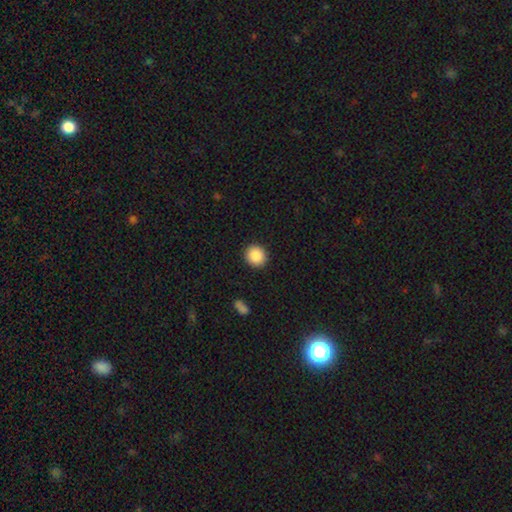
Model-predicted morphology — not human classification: Smooth or featured?
  - smooth: 88% *
  - star or artifact: 8%
  - featured or disk: 4%
How rounded?
  - round: 89% *
  - in between: 10%
  - cigar-shaped: 1%
Merging?
  - none: 92% *
  - minor disturbance: 5%
  - major disturbance: 2%
  - merger: 1%